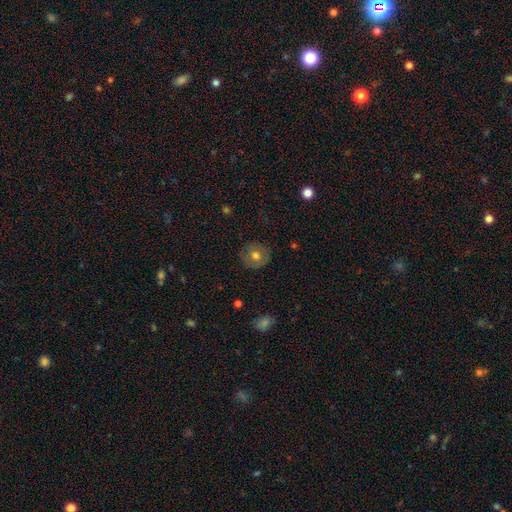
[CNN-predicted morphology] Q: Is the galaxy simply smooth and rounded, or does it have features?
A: smooth — 61%.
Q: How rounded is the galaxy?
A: round — 89%.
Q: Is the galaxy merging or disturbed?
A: none — 83%.